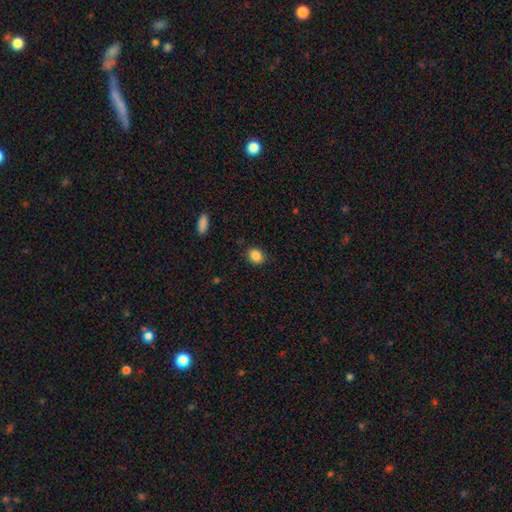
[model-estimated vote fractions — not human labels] Smooth or featured? Predicted: smooth (p=0.87). How rounded? Predicted: round (p=0.55). Merging? Predicted: none (p=0.84).